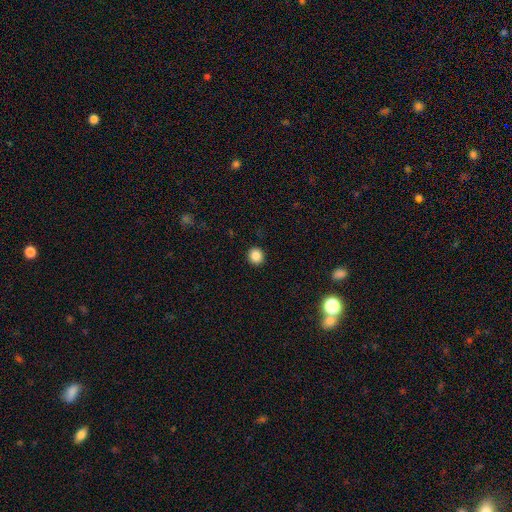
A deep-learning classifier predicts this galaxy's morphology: Smooth or featured: smooth — 85% (star or artifact — 11%)
How rounded: round — 93% (in between — 6%)
Merging: none — 93% (minor disturbance — 5%)